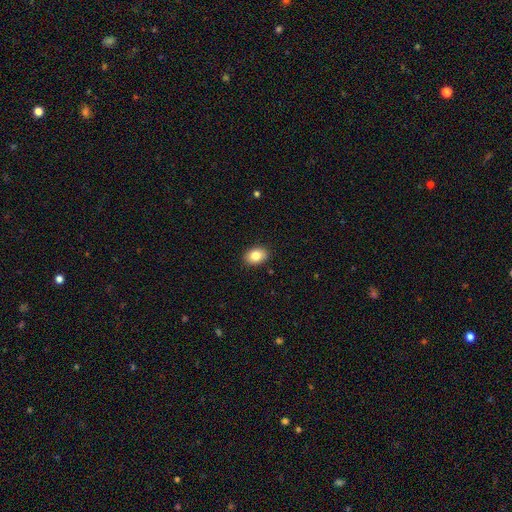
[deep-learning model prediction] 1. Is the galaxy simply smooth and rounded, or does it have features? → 83% smooth, 8% featured or disk, 8% star or artifact.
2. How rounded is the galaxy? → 75% in between, 24% round, 1% cigar-shaped.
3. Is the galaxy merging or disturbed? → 89% none, 8% minor disturbance, 2% major disturbance, 1% merger.